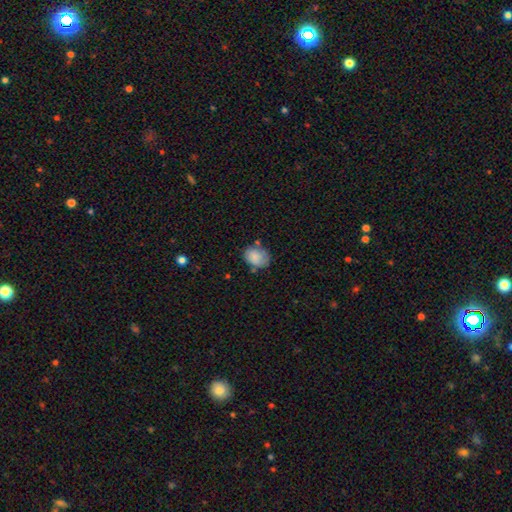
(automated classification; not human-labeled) A smooth galaxy with no disk features (82%) that is in between round and cigar-shaped (67%). Merging: none (61%).